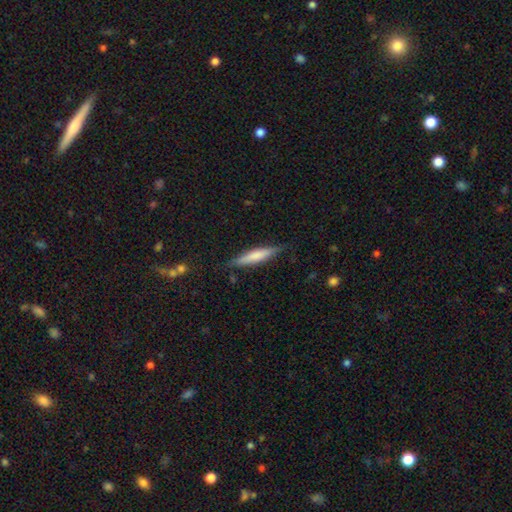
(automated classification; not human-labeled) Smooth or featured: smooth — 63% (featured or disk — 31%)
How rounded: cigar-shaped — 85% (in between — 13%)
Merging: none — 82% (minor disturbance — 14%)